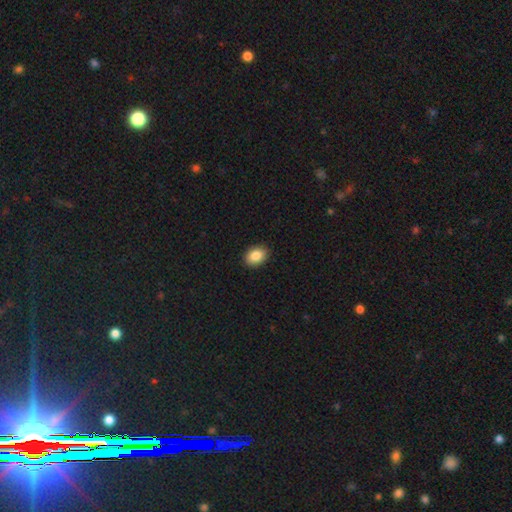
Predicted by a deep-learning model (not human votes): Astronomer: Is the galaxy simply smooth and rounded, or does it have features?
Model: smooth — 86%.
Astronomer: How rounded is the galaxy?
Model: in between — 76%.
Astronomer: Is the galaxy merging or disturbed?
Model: none — 90%.